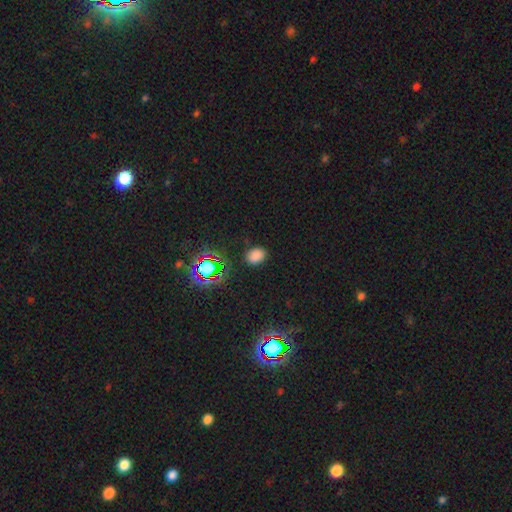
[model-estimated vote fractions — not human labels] Q: Smooth or featured?
A: smooth (74%); runner-up: star or artifact (21%)
Q: How rounded?
A: in between (63%); runner-up: round (36%)
Q: Merging?
A: none (85%); runner-up: minor disturbance (10%)